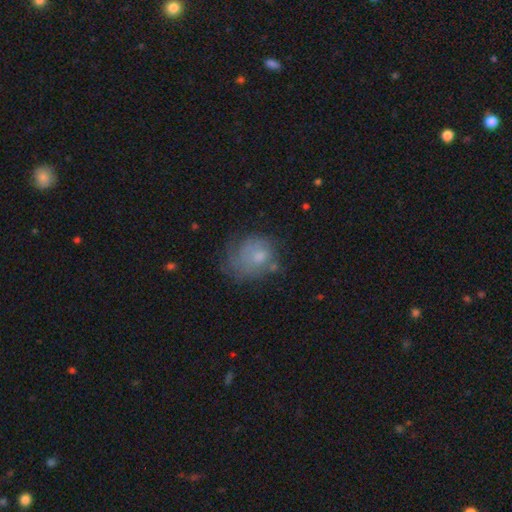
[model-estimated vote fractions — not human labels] Smooth or featured?
  - smooth: 55% *
  - featured or disk: 34%
  - star or artifact: 11%
How rounded?
  - round: 58% *
  - in between: 41%
  - cigar-shaped: 1%
Merging?
  - none: 43% *
  - minor disturbance: 27%
  - major disturbance: 26%
  - merger: 5%